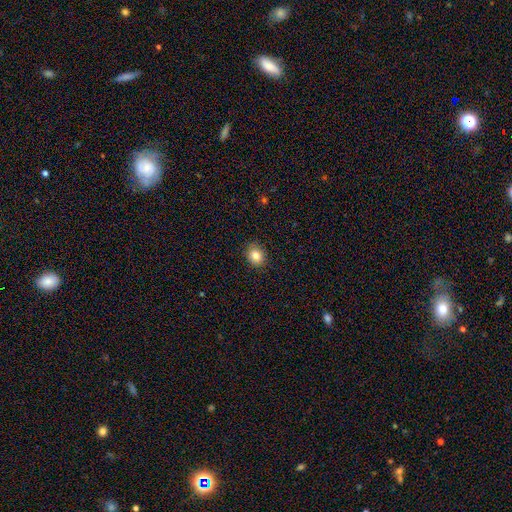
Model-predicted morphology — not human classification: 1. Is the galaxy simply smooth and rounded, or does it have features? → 83% smooth, 10% star or artifact, 7% featured or disk.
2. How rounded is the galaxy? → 55% round, 44% in between, 1% cigar-shaped.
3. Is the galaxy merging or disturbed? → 88% none, 9% minor disturbance, 2% major disturbance, 1% merger.